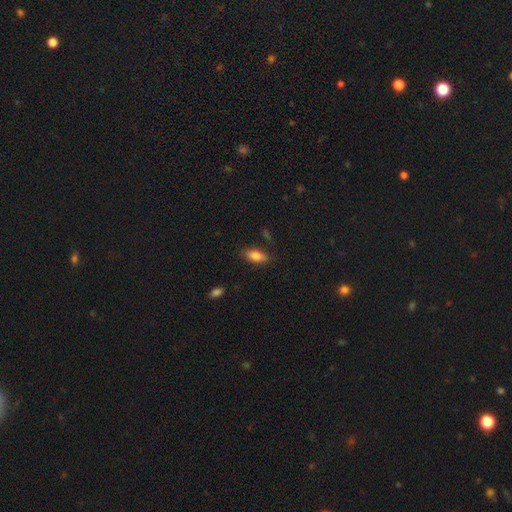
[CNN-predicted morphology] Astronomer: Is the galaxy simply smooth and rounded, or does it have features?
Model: smooth — 83%.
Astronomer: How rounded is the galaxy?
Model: in between — 84%.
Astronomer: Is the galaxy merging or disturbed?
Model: none — 82%.